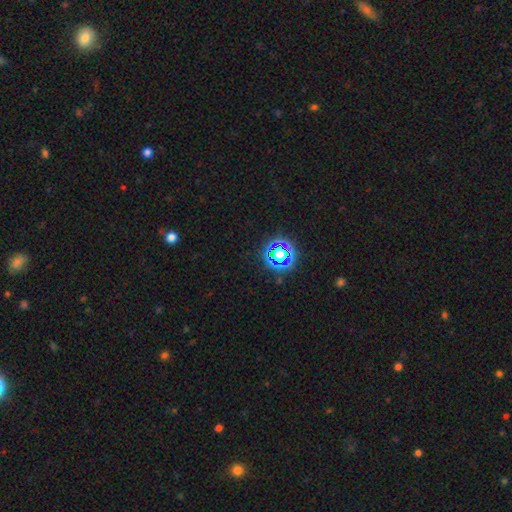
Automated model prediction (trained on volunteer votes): Smooth or featured? star or artifact (76%)